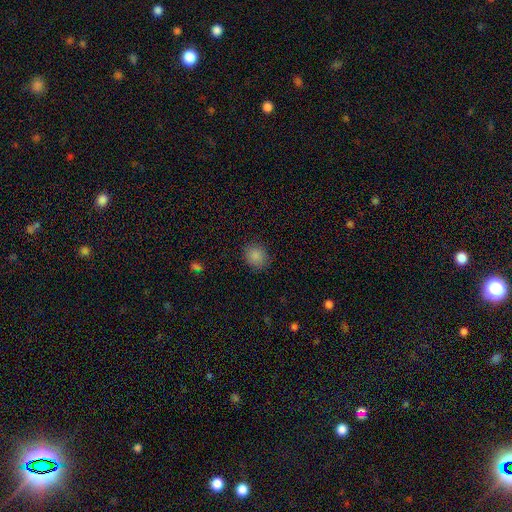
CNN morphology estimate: This is clearly a smooth galaxy (86%). How rounded: likely round (72%). Merging: clearly none (87%).